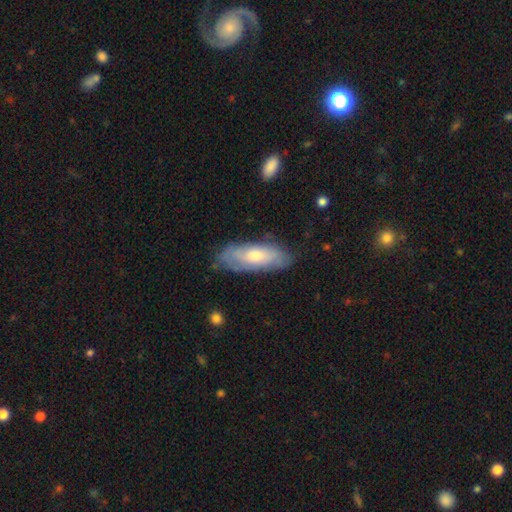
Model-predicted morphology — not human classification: smooth_or_featured: smooth (p=0.52) [alt: featured or disk p=0.42]
how_rounded: in between (p=0.69) [alt: cigar-shaped p=0.29]
merging: none (p=0.71) [alt: minor disturbance p=0.22]